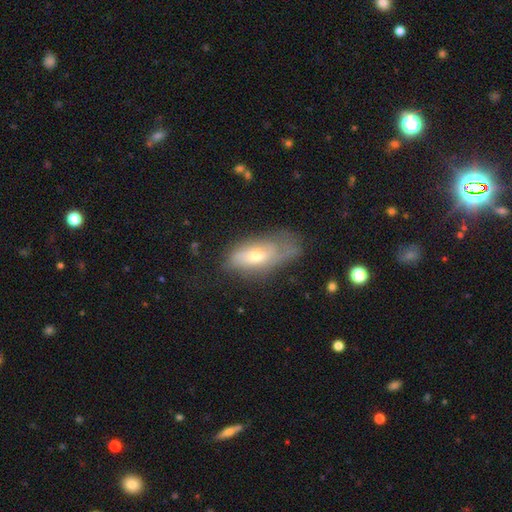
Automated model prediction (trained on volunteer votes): Overall: smooth (51%; featured or disk 41%). How rounded: in between (79%). Merging: none (38%; minor disturbance 34%).